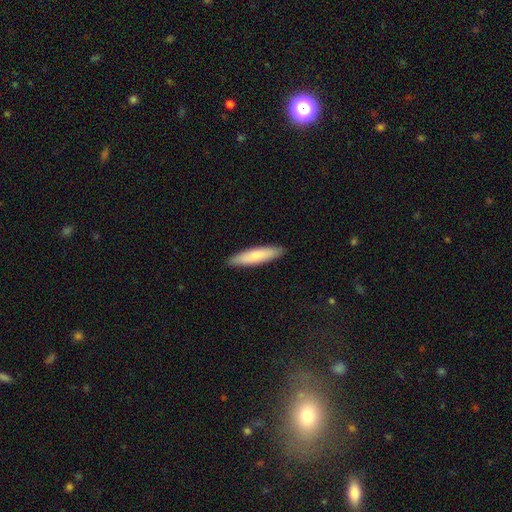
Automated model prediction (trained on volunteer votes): smooth 77%, featured or disk 18%, star or artifact 5%. Down the decision tree: how rounded — cigar-shaped (80%); merging — none (90%).